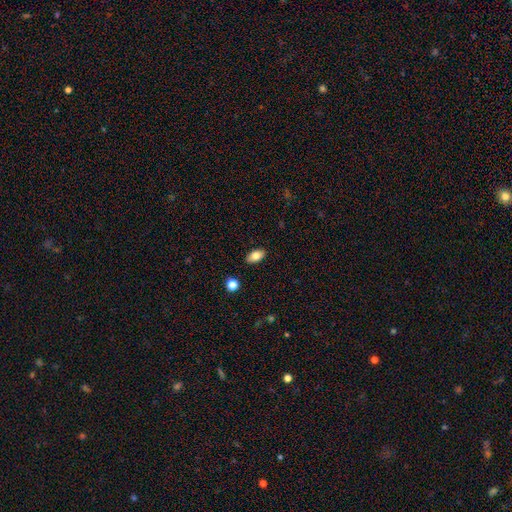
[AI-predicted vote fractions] Smooth or featured?
  - smooth: 80% *
  - featured or disk: 12%
  - star or artifact: 8%
How rounded?
  - in between: 92% *
  - round: 5%
  - cigar-shaped: 3%
Merging?
  - none: 88% *
  - minor disturbance: 9%
  - major disturbance: 2%
  - merger: 1%